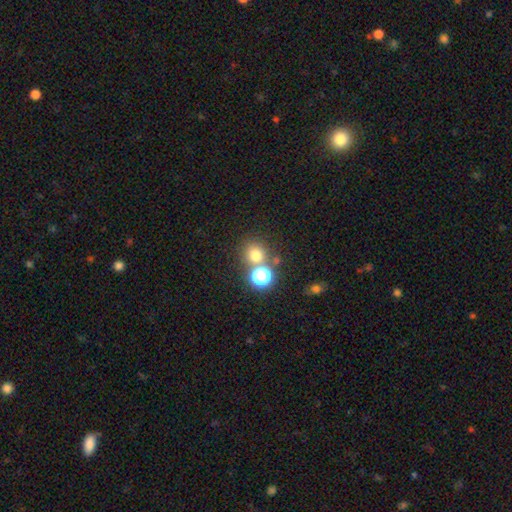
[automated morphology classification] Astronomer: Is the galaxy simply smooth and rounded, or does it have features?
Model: smooth — 70%.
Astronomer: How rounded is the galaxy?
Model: round — 87%.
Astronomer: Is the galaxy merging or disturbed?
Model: none — 65%.